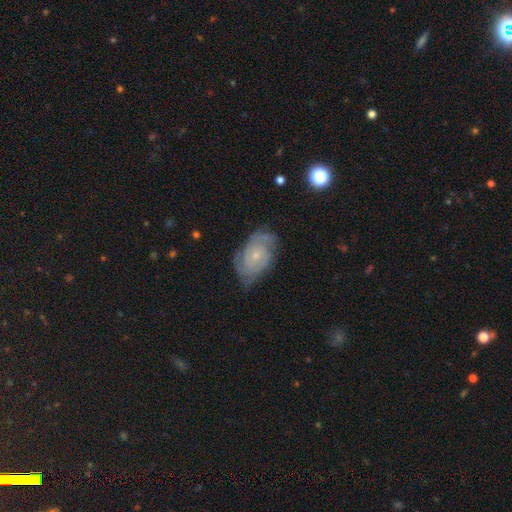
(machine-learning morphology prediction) featured or disk 78%, smooth 15%, star or artifact 7%. Down the decision tree: edge-on disk — no (97%); bar — no (76%); spiral arms — yes (93%); spiral arm count — 2 (43%); spiral winding — tight (60%); bulge size — small (75%); merging — none (67%).